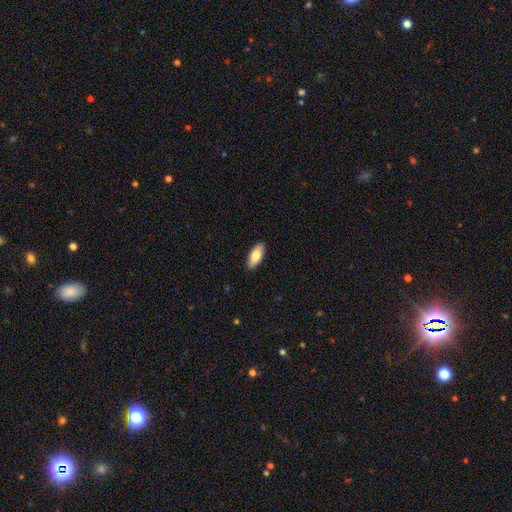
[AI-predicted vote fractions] Morphology: type=smooth (82%); roundness=in between (86%); merging=none (89%).